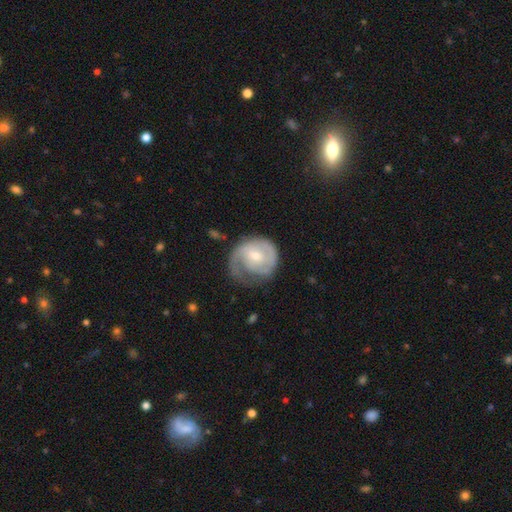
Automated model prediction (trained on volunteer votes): Q: Smooth or featured?
A: featured or disk (71%); runner-up: smooth (23%)
Q: Edge-on disk?
A: no (98%); runner-up: yes (2%)
Q: Bar?
A: no (60%); runner-up: weak (34%)
Q: Spiral arms?
A: yes (88%); runner-up: no (12%)
Q: Spiral winding?
A: tight (50%); runner-up: medium (34%)
Q: Spiral arm count?
A: 2 (39%); runner-up: 1 (32%)
Q: Bulge size?
A: small (58%); runner-up: moderate (37%)
Q: Merging?
A: none (44%); runner-up: minor disturbance (27%)